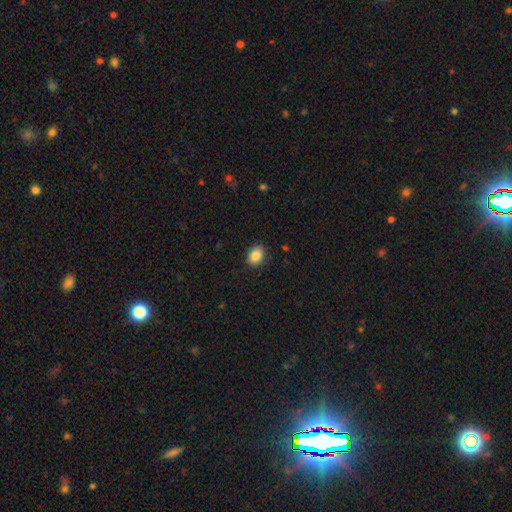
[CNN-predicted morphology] A smooth galaxy with no disk features (88%) that is in between round and cigar-shaped (63%). Merging: none (88%).